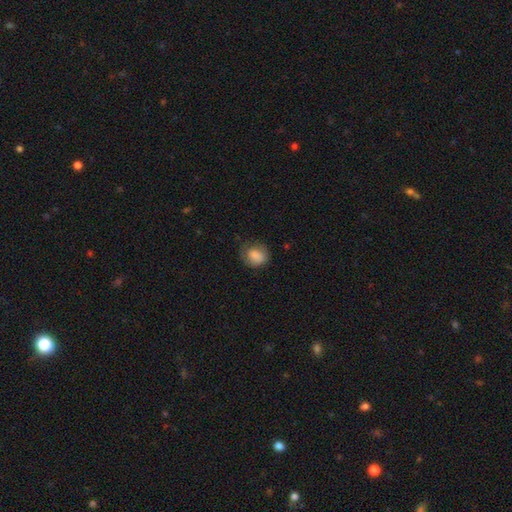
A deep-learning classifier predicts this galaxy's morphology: This appears to be a smooth galaxy with no disk features (82%) that is round (54%). Merging: none (58%).